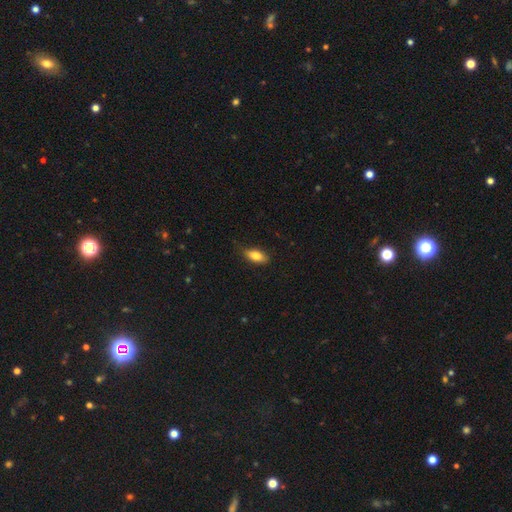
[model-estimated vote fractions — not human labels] Q: Smooth or featured?
A: smooth (80%); runner-up: featured or disk (13%)
Q: How rounded?
A: in between (85%); runner-up: cigar-shaped (11%)
Q: Merging?
A: none (80%); runner-up: minor disturbance (17%)